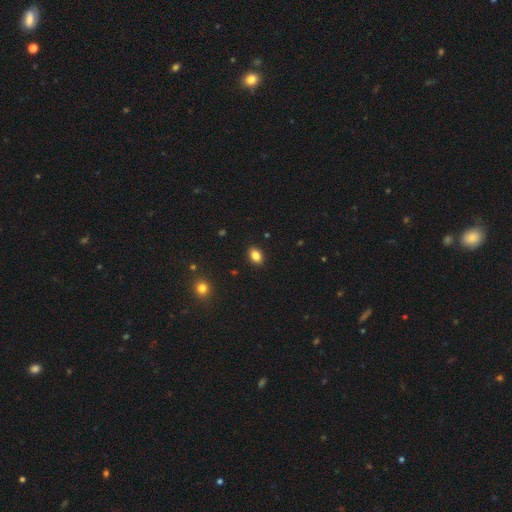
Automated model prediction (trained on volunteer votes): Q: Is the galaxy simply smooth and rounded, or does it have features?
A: smooth — 85%.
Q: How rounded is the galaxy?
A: in between — 83%.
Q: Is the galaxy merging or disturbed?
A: none — 90%.